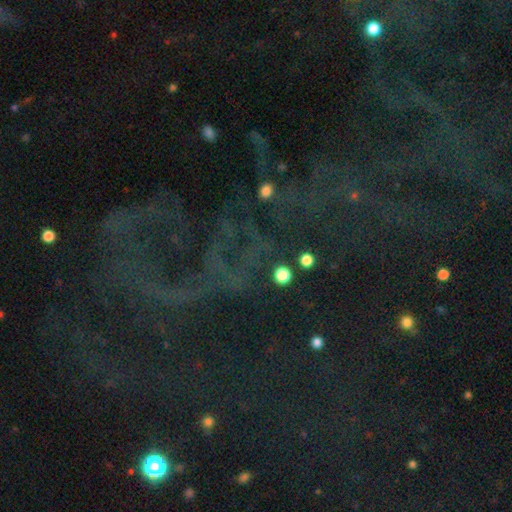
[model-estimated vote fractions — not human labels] A star or artifact, not a galaxy (70%).

Vote fractions:
- Smooth or featured? star or artifact: 70% / featured or disk: 18% / smooth: 13%